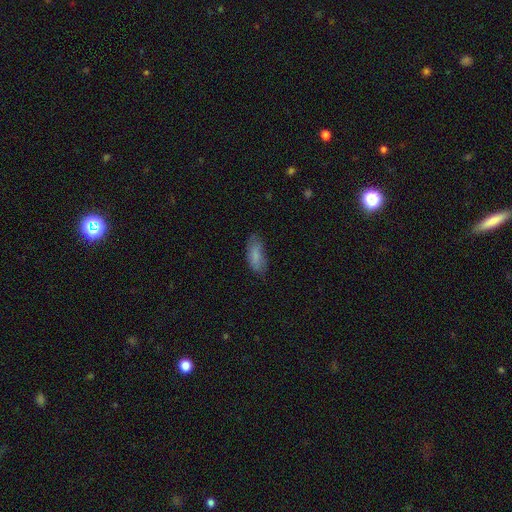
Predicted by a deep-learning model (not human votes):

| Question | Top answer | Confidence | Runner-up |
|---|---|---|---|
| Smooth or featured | smooth | 81% | featured or disk (12%) |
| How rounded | in between | 77% | cigar-shaped (21%) |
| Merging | none | 71% | minor disturbance (22%) |